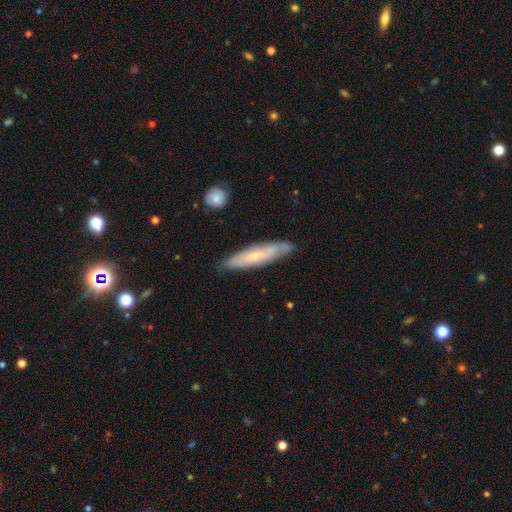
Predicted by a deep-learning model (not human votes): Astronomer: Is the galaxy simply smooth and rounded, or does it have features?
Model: featured or disk — 51% (runner-up: smooth, 42%).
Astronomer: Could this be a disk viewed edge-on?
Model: yes — 52% (runner-up: no, 48%).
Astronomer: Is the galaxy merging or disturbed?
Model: none — 78%.